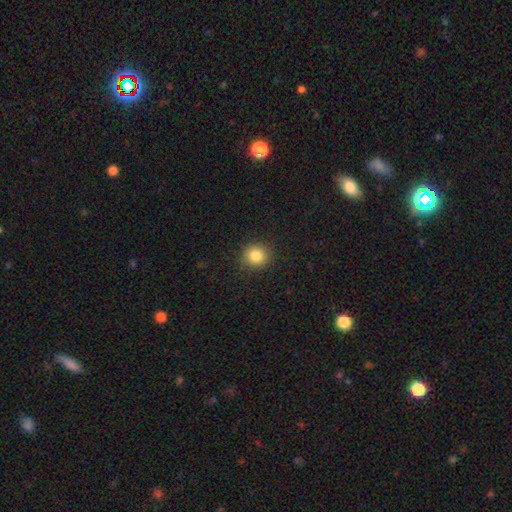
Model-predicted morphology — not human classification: smooth-or-featured: smooth: 84% | star or artifact: 11% | featured or disk: 5%
  how-rounded: round: 87% | in between: 12% | cigar-shaped: 1%
  merging: none: 89% | minor disturbance: 7% | major disturbance: 2% | merger: 1%